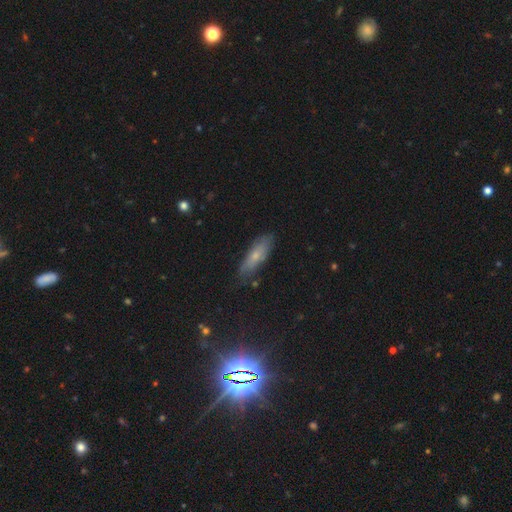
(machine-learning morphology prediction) This appears to be a smooth galaxy with no disk features (60%) that is cigar-shaped (54%). Merging: none (77%).